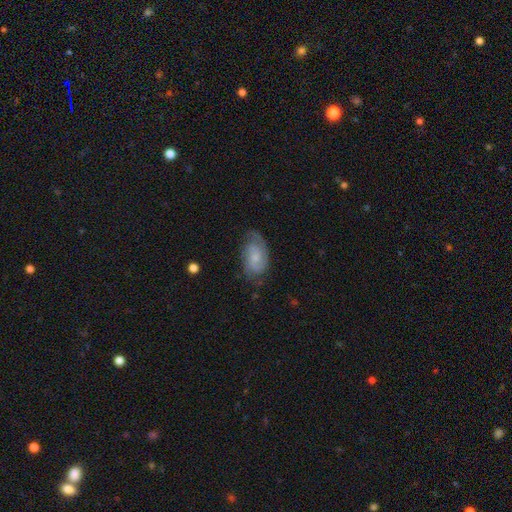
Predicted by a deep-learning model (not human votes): Morphology: type=featured or disk (65%); edge-on=no (96%); bar=no (64%); spiral arms=yes (92%); winding=medium (44%); arm count=2 (64%); bulge=small (49%); merging=none (65%).